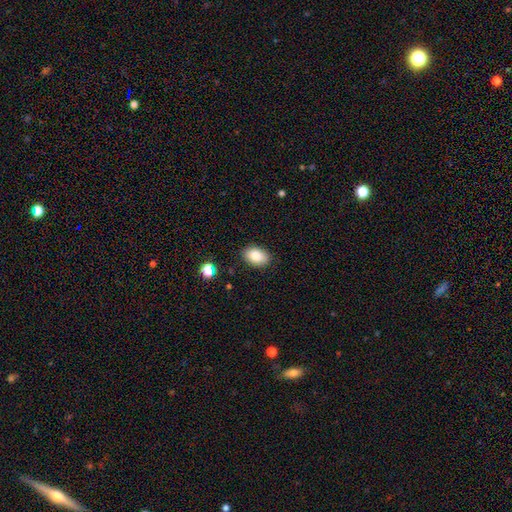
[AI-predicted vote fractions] Smooth or featured? smooth (84%)
How rounded? in between (88%)
Merging? none (87%)